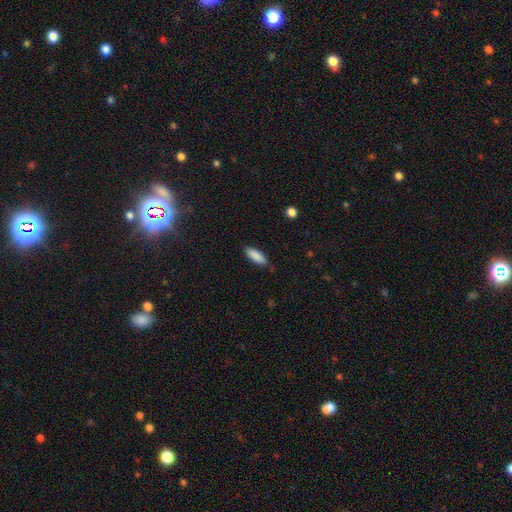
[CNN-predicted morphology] A smooth galaxy with no disk features (88%) that is in between round and cigar-shaped (64%). Merging: none (85%).